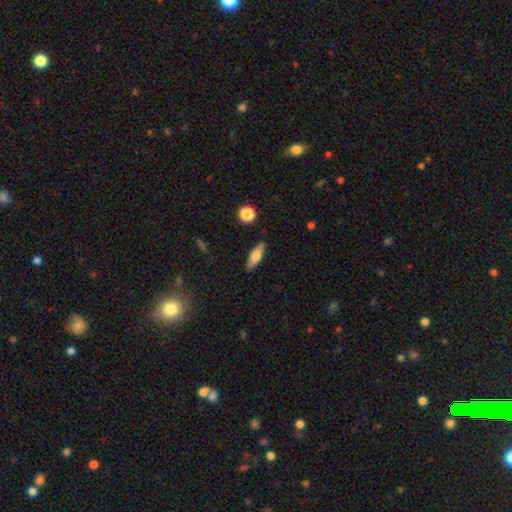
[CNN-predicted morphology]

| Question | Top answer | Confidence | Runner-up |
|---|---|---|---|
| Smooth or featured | smooth | 75% | featured or disk (18%) |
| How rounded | in between | 56% | cigar-shaped (41%) |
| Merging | none | 85% | minor disturbance (11%) |